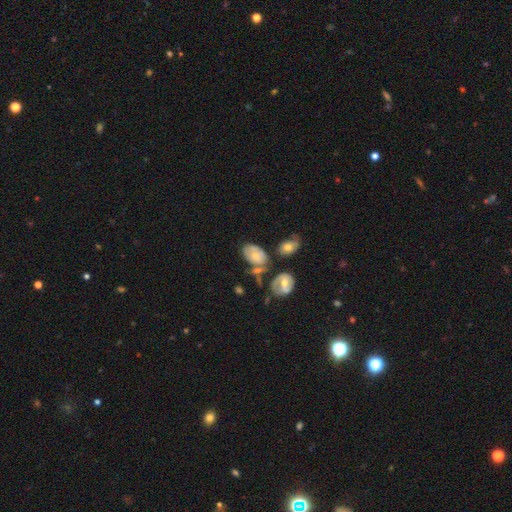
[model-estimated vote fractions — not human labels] Q: Smooth or featured?
A: smooth (53%); runner-up: featured or disk (38%)
Q: How rounded?
A: in between (86%); runner-up: round (12%)
Q: Merging?
A: none (37%); runner-up: merger (26%)